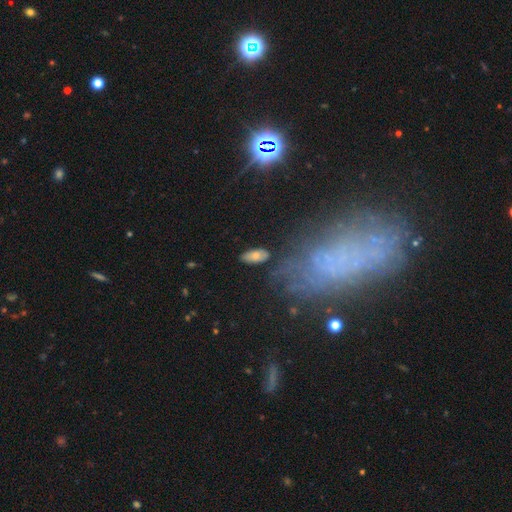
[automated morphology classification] smooth-or-featured: smooth: 71% | featured or disk: 20% | star or artifact: 9%
  how-rounded: in between: 89% | cigar-shaped: 7% | round: 3%
  merging: none: 78% | minor disturbance: 15% | major disturbance: 4% | merger: 3%